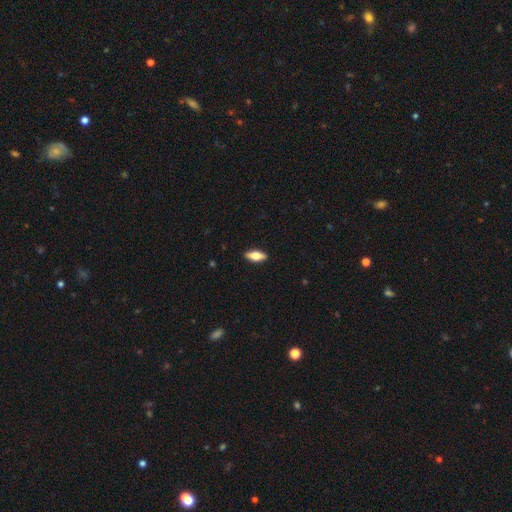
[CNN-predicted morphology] smooth 66%, featured or disk 28%, star or artifact 6%. Down the decision tree: how rounded — in between (76%); merging — none (90%).